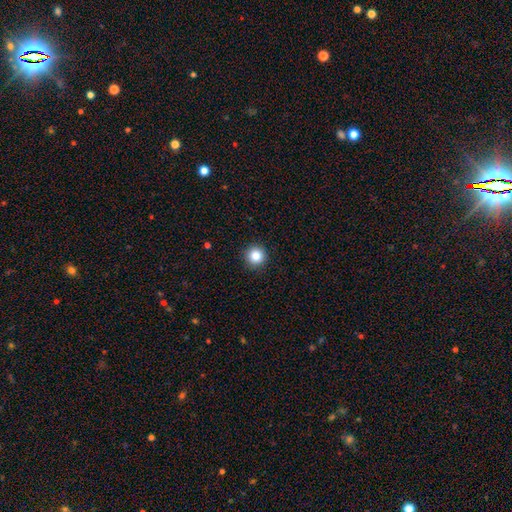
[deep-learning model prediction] Q: Smooth or featured?
A: smooth (84%); runner-up: star or artifact (11%)
Q: How rounded?
A: round (96%); runner-up: in between (3%)
Q: Merging?
A: none (93%); runner-up: minor disturbance (5%)